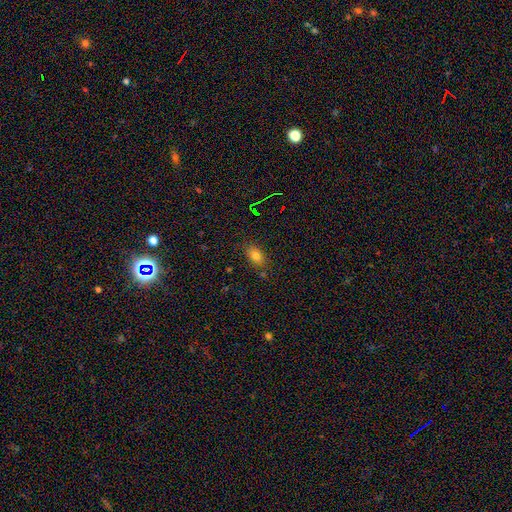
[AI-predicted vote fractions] Q: Smooth or featured?
A: smooth (77%); runner-up: star or artifact (14%)
Q: How rounded?
A: in between (85%); runner-up: round (12%)
Q: Merging?
A: none (79%); runner-up: minor disturbance (14%)